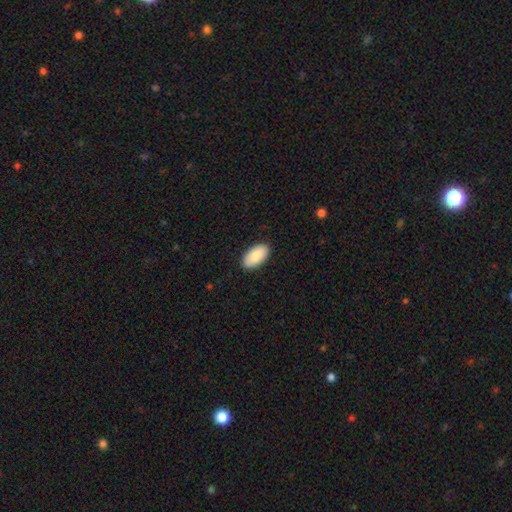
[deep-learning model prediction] A smooth galaxy with no disk features (89%) that is in between round and cigar-shaped (96%). Merging: none (90%).